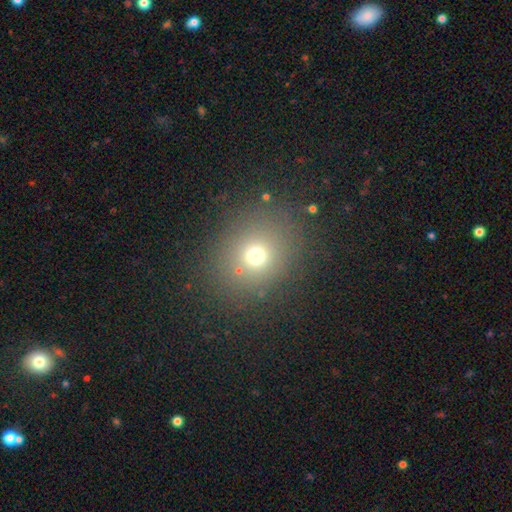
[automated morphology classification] smooth_or_featured: smooth (p=0.68) [alt: star or artifact p=0.22]
how_rounded: round (p=0.74) [alt: in between p=0.24]
merging: none (p=0.82) [alt: minor disturbance p=0.10]